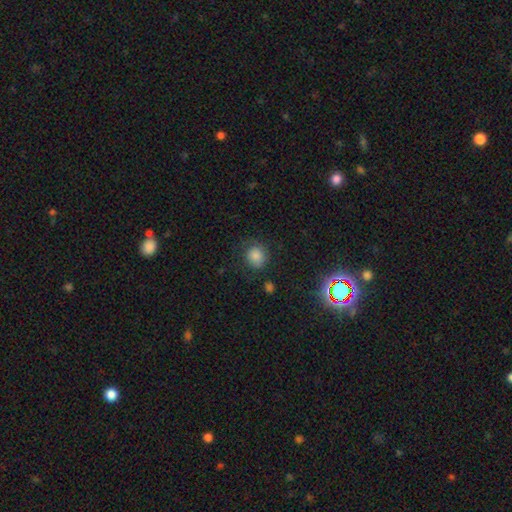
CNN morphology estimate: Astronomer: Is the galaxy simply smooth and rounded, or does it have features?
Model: smooth — 79%.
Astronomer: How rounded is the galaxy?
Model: round — 84%.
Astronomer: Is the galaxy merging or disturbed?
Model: none — 77%.